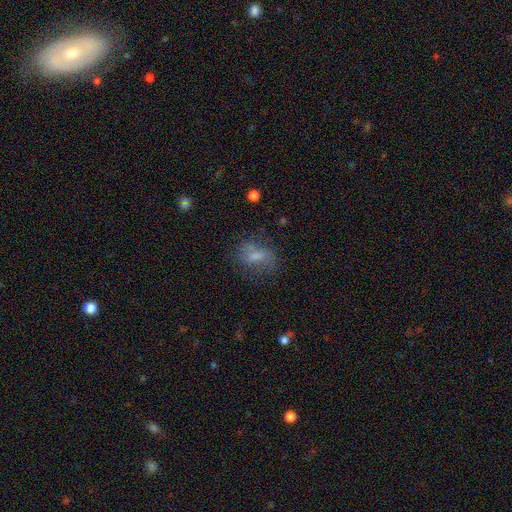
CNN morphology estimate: smooth 57%, featured or disk 30%, star or artifact 13%. Down the decision tree: how rounded — in between (71%); merging — none (58%).